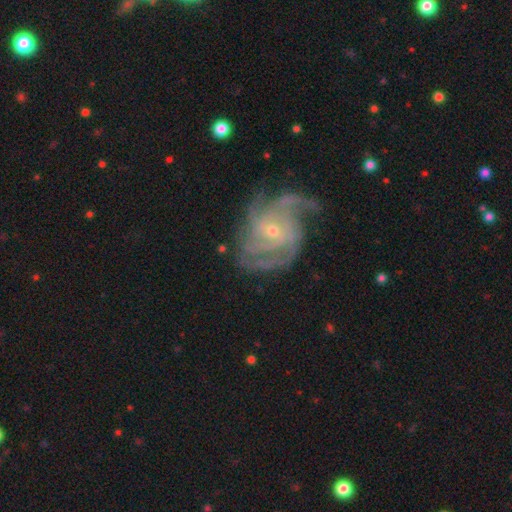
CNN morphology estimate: This is clearly a featured or disk galaxy (86%). It is clearly not viewed edge-on (97%). Bar: possibly no (58%). Spiral arm pattern: clearly yes (98%). Spiral arm count: marginally 3 (26%, tied with 4). Spiral winding: possibly tight (53%). Central bulge: likely small (72%). Merging: likely none (68%).